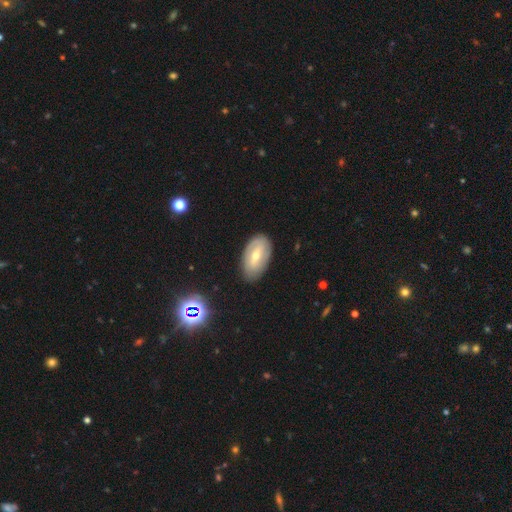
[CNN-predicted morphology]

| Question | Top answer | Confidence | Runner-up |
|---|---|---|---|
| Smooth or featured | featured or disk | 52% | smooth (38%) |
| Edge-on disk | no | 89% | yes (11%) |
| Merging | none | 84% | minor disturbance (12%) |